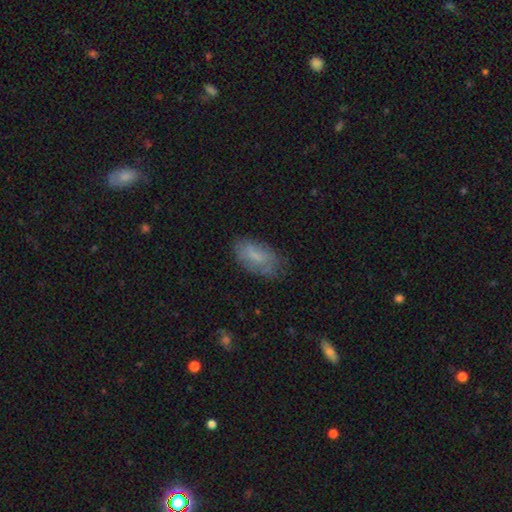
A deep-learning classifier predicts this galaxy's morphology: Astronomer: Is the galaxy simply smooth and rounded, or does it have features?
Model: smooth — 66%.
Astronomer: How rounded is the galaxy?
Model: in between — 92%.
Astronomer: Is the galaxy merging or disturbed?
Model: none — 67%.